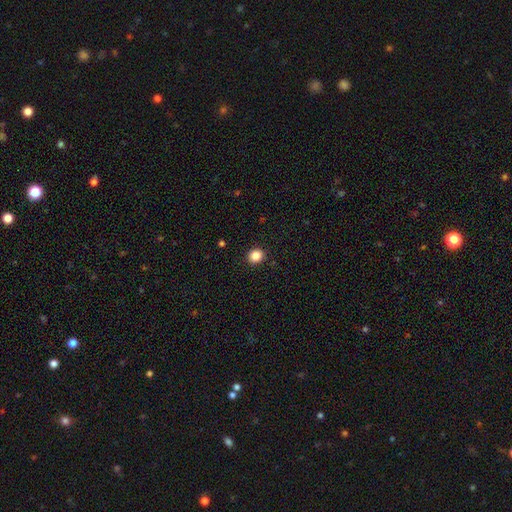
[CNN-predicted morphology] Smooth or featured? Predicted: smooth (p=0.86). How rounded? Predicted: round (p=0.79). Merging? Predicted: none (p=0.92).